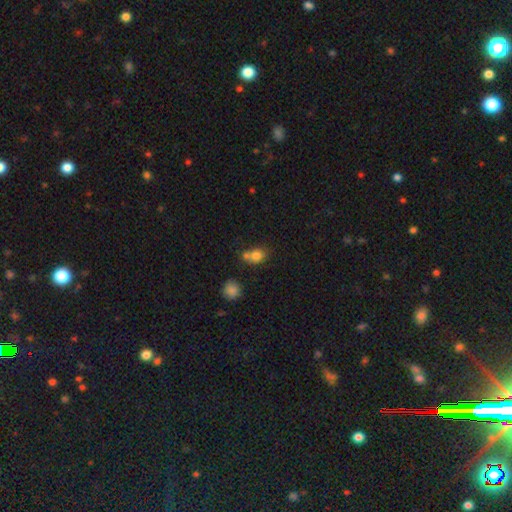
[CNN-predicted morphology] Smooth or featured: smooth — 79% (star or artifact — 11%)
How rounded: round — 54% (in between — 45%)
Merging: none — 44% (merger — 39%)